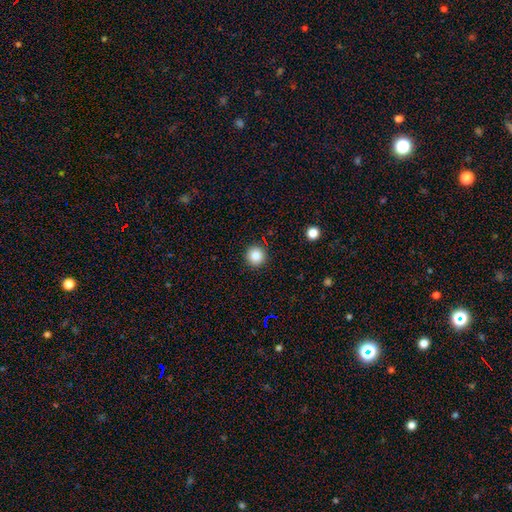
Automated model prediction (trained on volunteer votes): Morphology: type=smooth (83%); roundness=round (96%); merging=none (92%).